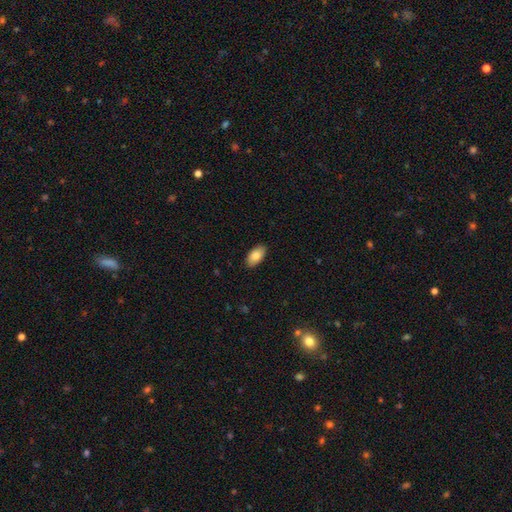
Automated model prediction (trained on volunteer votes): This appears to be a smooth galaxy with no disk features (85%) that is in between round and cigar-shaped (95%). Merging: none (89%).